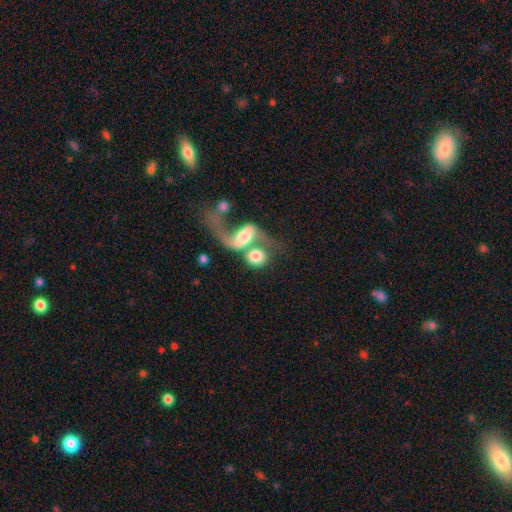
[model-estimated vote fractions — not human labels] Smooth or featured? Predicted: smooth (p=0.54). How rounded? Predicted: round (p=0.50). Merging? Predicted: merger (p=0.61).